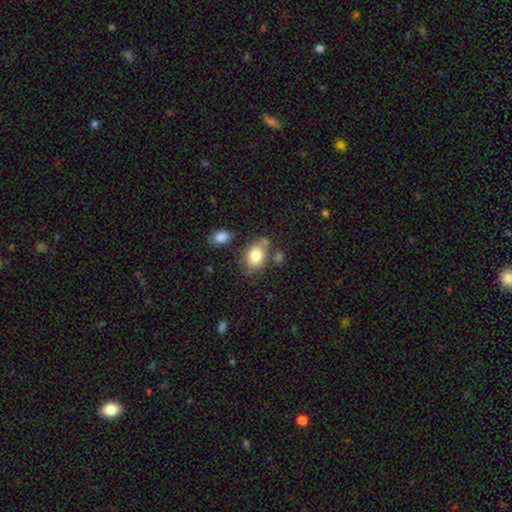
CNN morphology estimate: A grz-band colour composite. It shows a smooth galaxy with no disk features (81%) that is in between round and cigar-shaped (67%). Merging: none (65%).